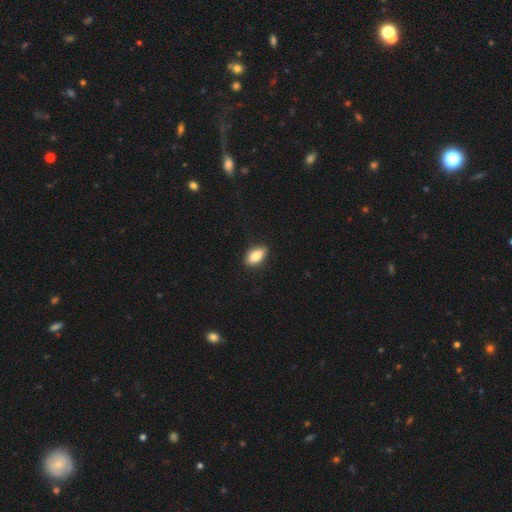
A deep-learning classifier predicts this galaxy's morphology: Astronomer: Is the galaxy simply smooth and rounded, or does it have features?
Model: smooth — 81%.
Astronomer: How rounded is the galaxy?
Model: in between — 89%.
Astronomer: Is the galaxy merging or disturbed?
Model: none — 85%.